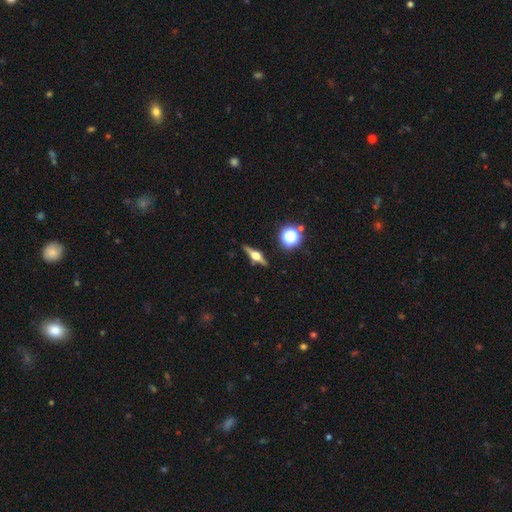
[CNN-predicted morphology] This is likely a featured or disk galaxy (75%). It is clearly viewed edge-on (97%). Edge-on bulge: clearly rounded (95%). Merging: clearly none (89%).